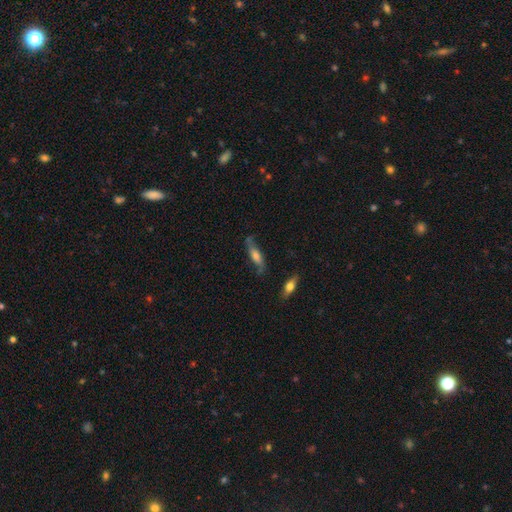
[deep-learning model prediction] The model was most divided on "edge-on disk" (2-way tie): no: 50%, yes: 50%. More confident: merging — none (66%); smooth or featured — featured or disk (52%).